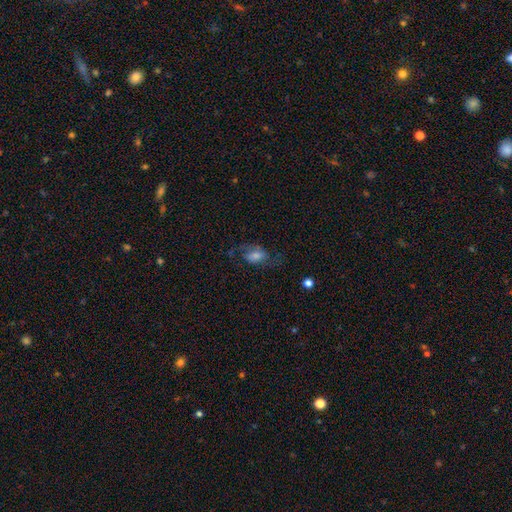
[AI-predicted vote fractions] Smooth or featured? featured or disk (54%)
Edge-on disk? no (94%)
Bar? no (43%, tied with weak)
Spiral arms? yes (83%)
Bulge size? moderate (41%)
Merging? none (59%)